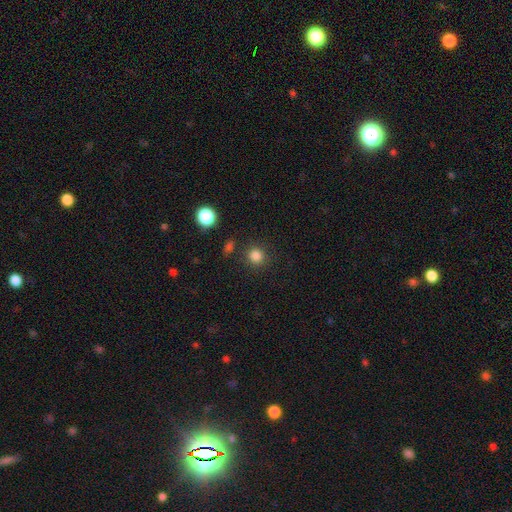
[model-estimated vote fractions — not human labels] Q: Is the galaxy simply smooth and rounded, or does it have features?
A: smooth — 84%.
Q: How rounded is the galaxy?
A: round — 91%.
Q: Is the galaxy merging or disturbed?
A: none — 87%.